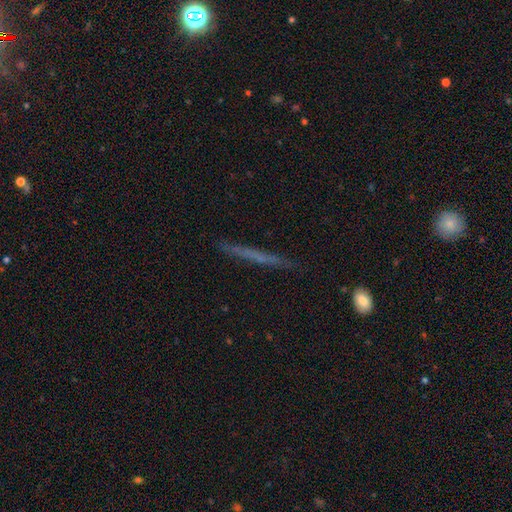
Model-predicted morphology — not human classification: This is possibly a featured or disk galaxy (46%). Merging: clearly none (88%).